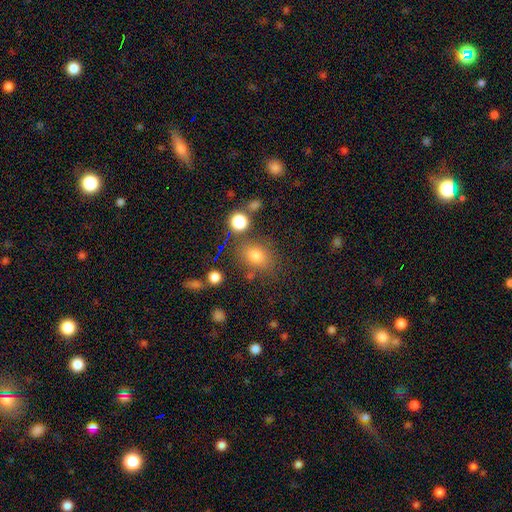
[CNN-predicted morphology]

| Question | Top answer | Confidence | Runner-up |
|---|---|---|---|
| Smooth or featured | smooth | 77% | star or artifact (14%) |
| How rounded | in between | 52% | round (47%) |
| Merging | none | 73% | minor disturbance (14%) |